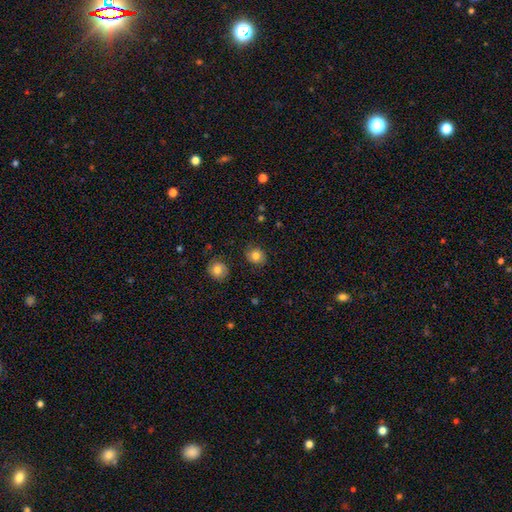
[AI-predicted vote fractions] Q: Smooth or featured?
A: smooth (80%); runner-up: star or artifact (11%)
Q: How rounded?
A: round (80%); runner-up: in between (19%)
Q: Merging?
A: none (84%); runner-up: minor disturbance (12%)